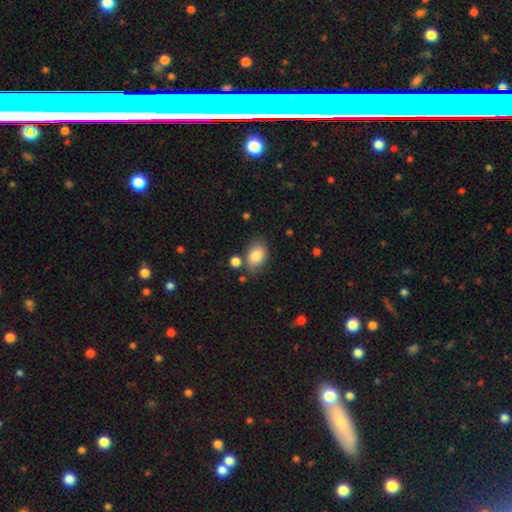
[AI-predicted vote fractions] A smooth galaxy with no disk features (84%) that is in between round and cigar-shaped (82%).

Vote fractions:
- Smooth or featured? smooth: 84% / featured or disk: 9% / star or artifact: 8%
- How rounded? in between: 82% / round: 17% / cigar-shaped: 1%
- Merging? none: 68% / minor disturbance: 19% / merger: 9% / major disturbance: 5%